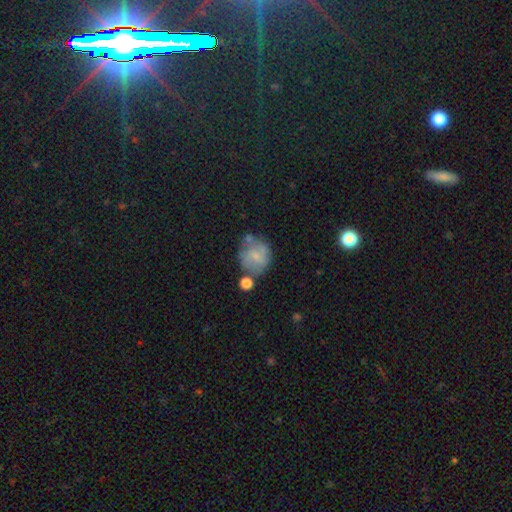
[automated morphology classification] Q: Smooth or featured?
A: smooth (62%); runner-up: featured or disk (29%)
Q: How rounded?
A: round (78%); runner-up: in between (21%)
Q: Merging?
A: none (48%); runner-up: minor disturbance (24%)